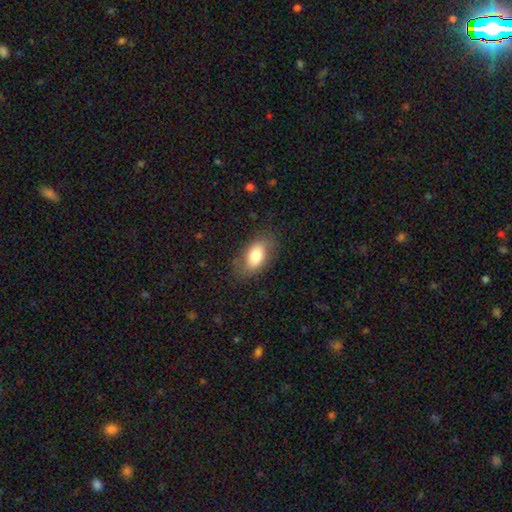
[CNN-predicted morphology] Smooth or featured?
  - smooth: 79% *
  - featured or disk: 14%
  - star or artifact: 7%
How rounded?
  - in between: 91% *
  - round: 6%
  - cigar-shaped: 3%
Merging?
  - none: 76% *
  - minor disturbance: 17%
  - major disturbance: 6%
  - merger: 1%